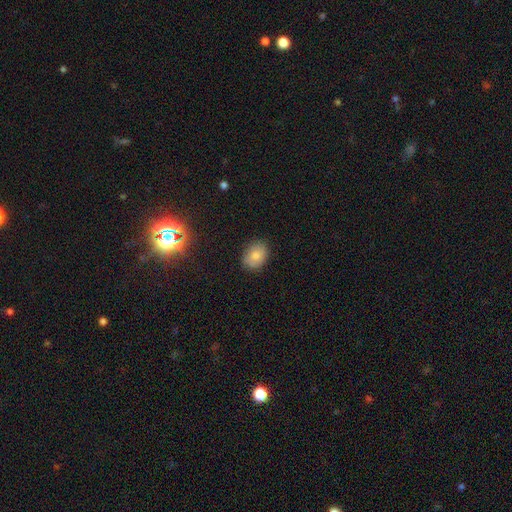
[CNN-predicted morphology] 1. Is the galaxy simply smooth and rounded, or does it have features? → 81% smooth, 10% featured or disk, 9% star or artifact.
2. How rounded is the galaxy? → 58% in between, 41% round, 1% cigar-shaped.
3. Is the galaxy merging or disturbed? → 82% none, 14% minor disturbance, 3% major disturbance, 1% merger.